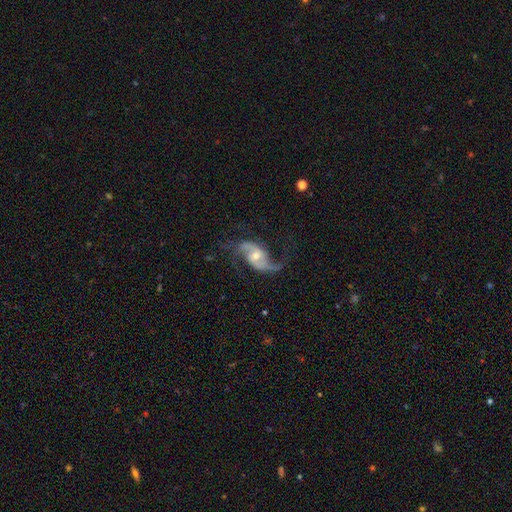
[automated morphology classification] featured or disk 90%, smooth 5%, star or artifact 5%. Down the decision tree: edge-on disk — no (97%); bar — no (43%); spiral arms — yes (97%); spiral arm count — 2 (93%); spiral winding — loose (66%); bulge size — moderate (56%); merging — none (72%).